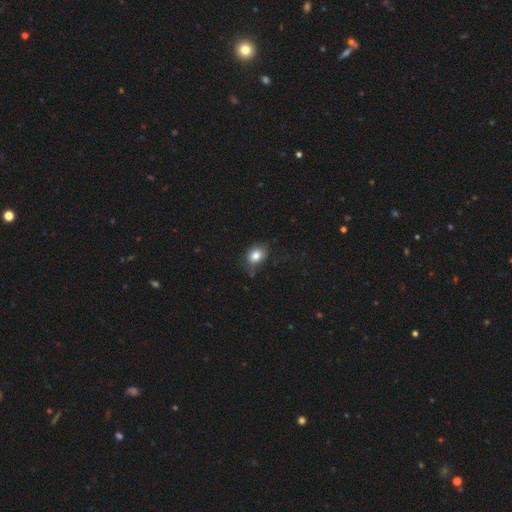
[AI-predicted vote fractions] Morphology: type=smooth (83%); roundness=in between (63%); merging=none (70%).